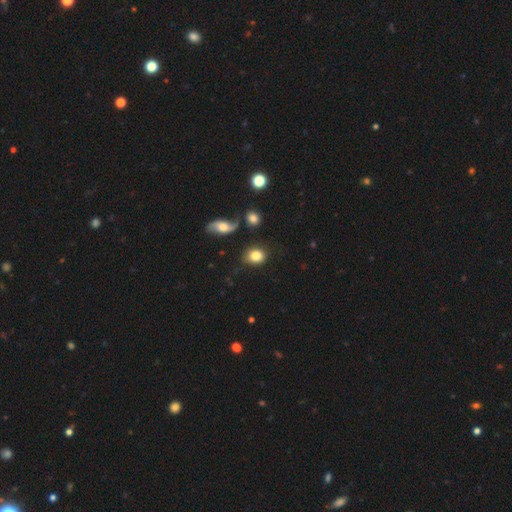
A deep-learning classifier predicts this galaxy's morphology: Smooth or featured? smooth (82%)
How rounded? round (52%)
Merging? none (76%)